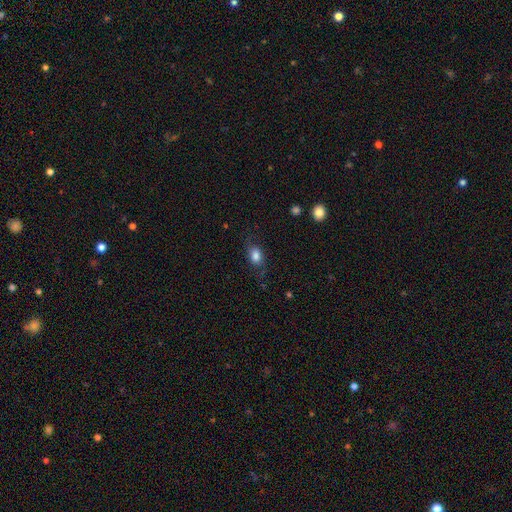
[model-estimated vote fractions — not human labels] Smooth or featured?
  - smooth: 77% *
  - featured or disk: 14%
  - star or artifact: 9%
How rounded?
  - in between: 72% *
  - round: 26%
  - cigar-shaped: 2%
Merging?
  - none: 69% *
  - minor disturbance: 20%
  - major disturbance: 10%
  - merger: 1%